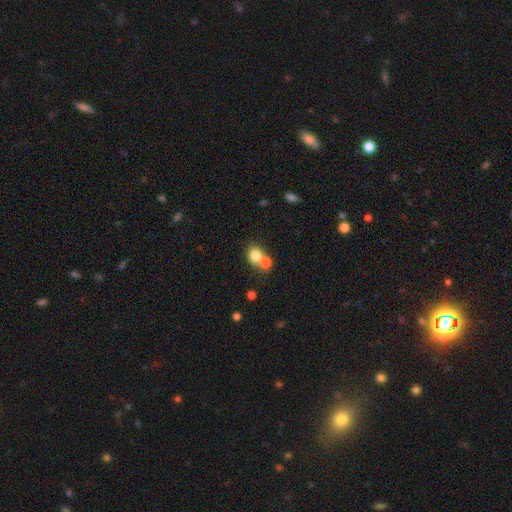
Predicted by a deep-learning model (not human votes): The model was most divided on "merging": merger: 49%, none: 41%, minor disturbance: 7%, major disturbance: 3%. More confident: smooth or featured — smooth (78%); how rounded — round (70%).